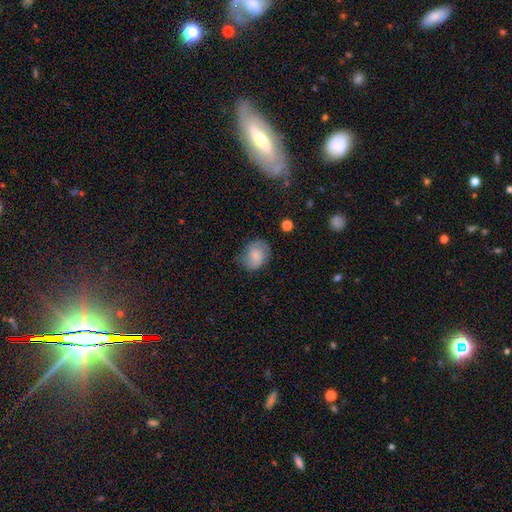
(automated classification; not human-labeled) smooth_or_featured: smooth (p=0.70) [alt: featured or disk p=0.22]
how_rounded: in between (p=0.53) [alt: round p=0.46]
merging: none (p=0.65) [alt: minor disturbance p=0.26]